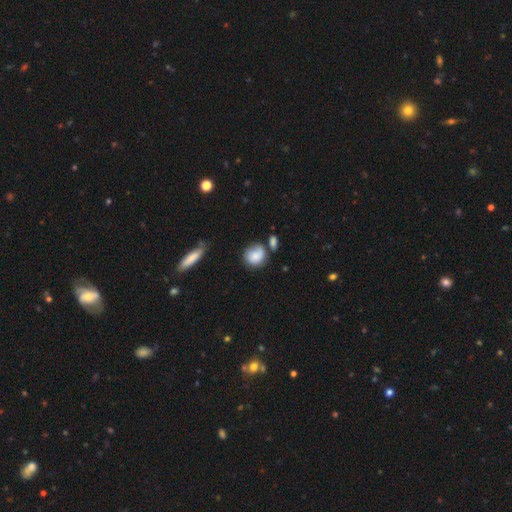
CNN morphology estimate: Smooth or featured? smooth (78%)
How rounded? round (75%)
Merging? none (51%)